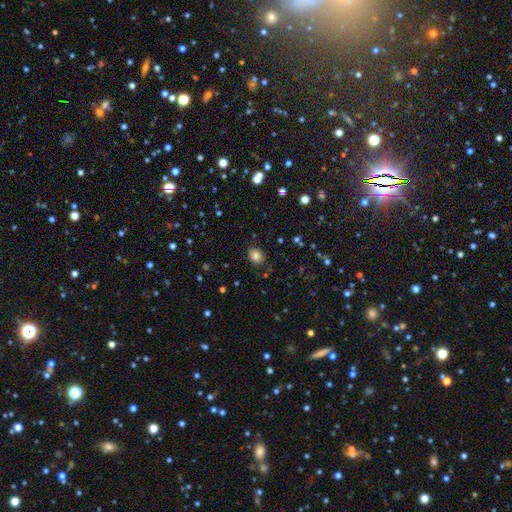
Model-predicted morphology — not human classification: Q: Smooth or featured?
A: smooth (81%); runner-up: star or artifact (13%)
Q: How rounded?
A: round (55%); runner-up: in between (44%)
Q: Merging?
A: none (83%); runner-up: minor disturbance (12%)